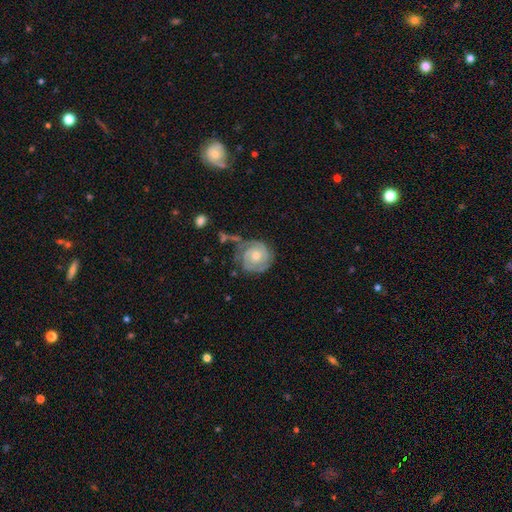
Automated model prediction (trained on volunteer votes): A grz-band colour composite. It shows a featured or disk galaxy (79%) with no bar (74%), 2 (53%) tight (71%) spiral arms (93%) and a moderate central bulge (60%). Merging: none (58%).